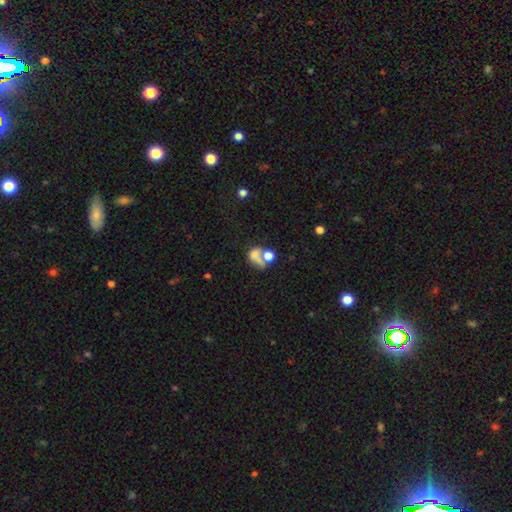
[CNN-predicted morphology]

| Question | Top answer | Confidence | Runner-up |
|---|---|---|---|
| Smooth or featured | smooth | 58% | featured or disk (26%) |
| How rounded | in between | 54% | round (44%) |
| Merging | merger | 51% | none (21%) |